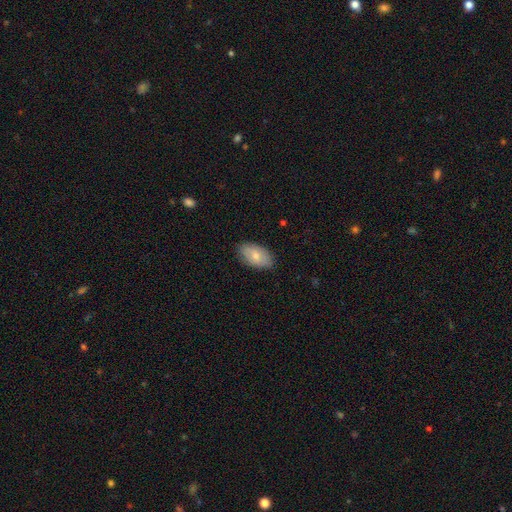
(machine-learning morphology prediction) smooth_or_featured: smooth (p=0.73) [alt: featured or disk p=0.21]
how_rounded: in between (p=0.94) [alt: round p=0.04]
merging: none (p=0.83) [alt: minor disturbance p=0.13]